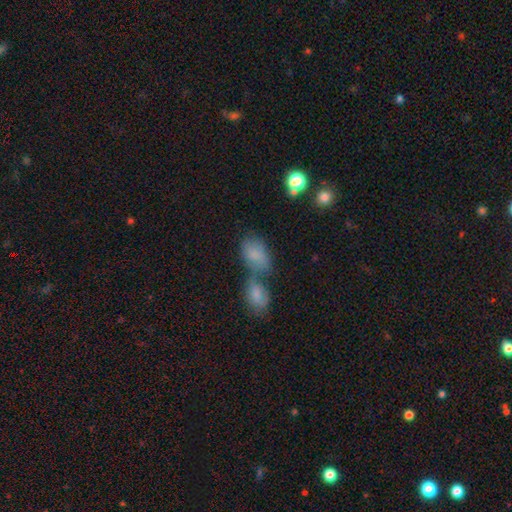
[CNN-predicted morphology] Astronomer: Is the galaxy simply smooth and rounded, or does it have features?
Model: smooth — 75%.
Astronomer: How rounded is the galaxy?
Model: in between — 87%.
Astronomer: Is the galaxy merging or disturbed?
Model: merger — 53% (runner-up: none, 29%).